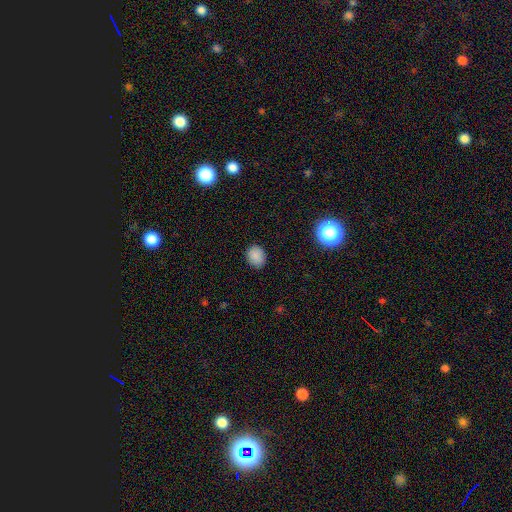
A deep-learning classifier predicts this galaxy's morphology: Smooth or featured? Predicted: smooth (p=0.84). How rounded? Predicted: round (p=0.63). Merging? Predicted: none (p=0.85).